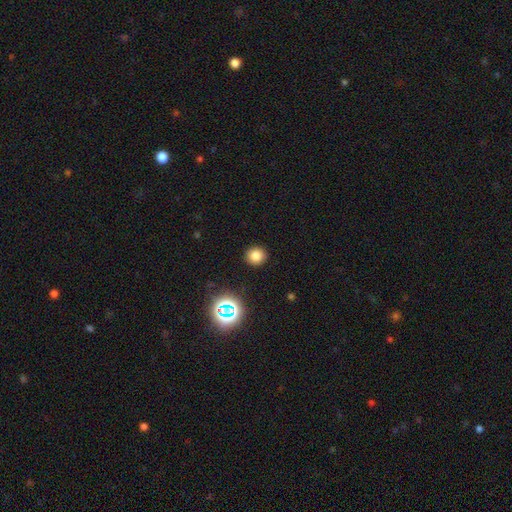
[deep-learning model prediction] This appears to be a smooth galaxy with no disk features (77%) that is round (88%). Merging: none (91%).